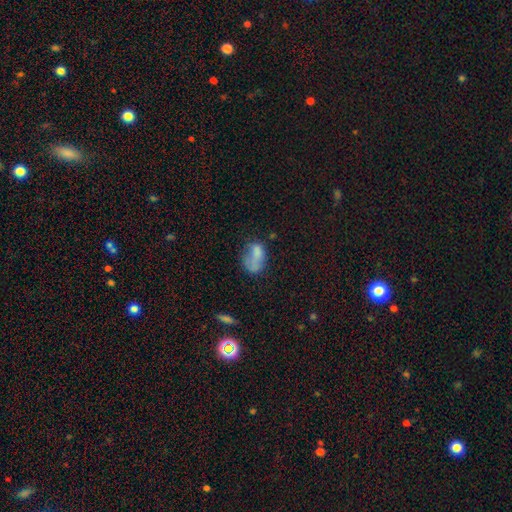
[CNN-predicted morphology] type=smooth (67%); roundness=in between (84%); merging=none (31%).